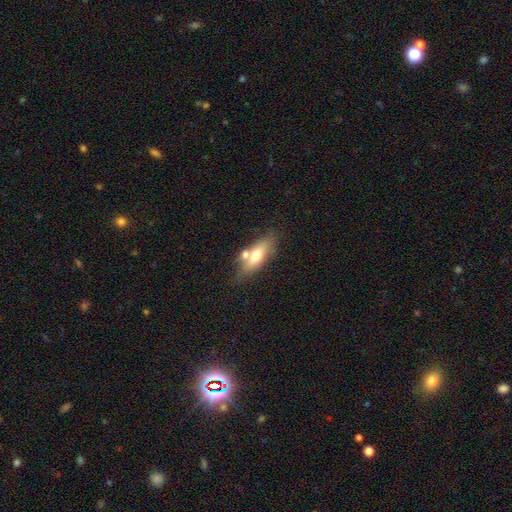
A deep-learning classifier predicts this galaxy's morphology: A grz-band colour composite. It shows a smooth galaxy with no disk features (58%) that is in between round and cigar-shaped (69%). Merging: none (55%).